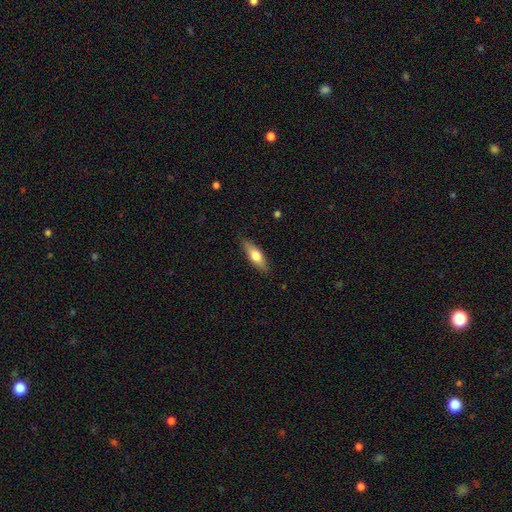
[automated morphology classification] Smooth or featured? smooth (62%)
How rounded? in between (56%)
Merging? none (85%)